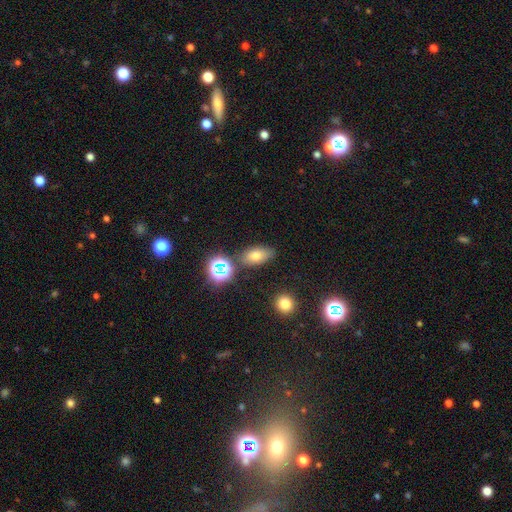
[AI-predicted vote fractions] Q: Smooth or featured?
A: smooth (67%); runner-up: star or artifact (21%)
Q: How rounded?
A: in between (83%); runner-up: round (12%)
Q: Merging?
A: none (79%); runner-up: minor disturbance (12%)